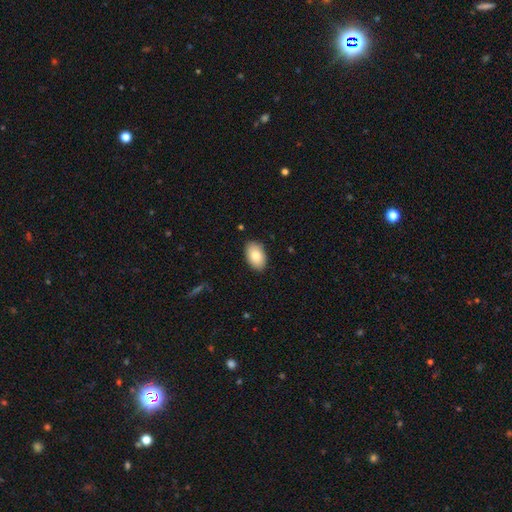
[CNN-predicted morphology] Q: Smooth or featured?
A: smooth (83%); runner-up: featured or disk (10%)
Q: How rounded?
A: in between (92%); runner-up: round (7%)
Q: Merging?
A: none (88%); runner-up: minor disturbance (9%)